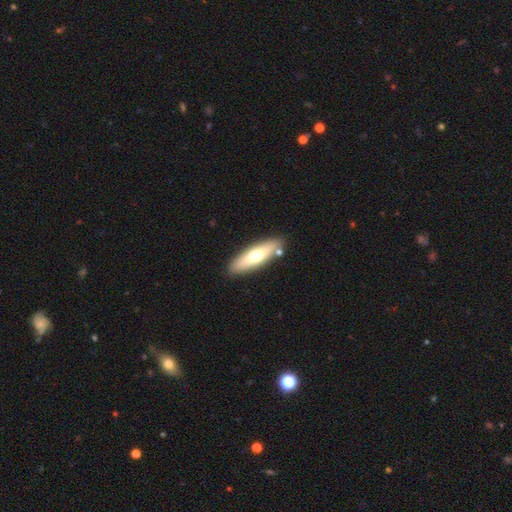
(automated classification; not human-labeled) Morphology: type=smooth (60%); roundness=cigar-shaped (59%); merging=none (84%).